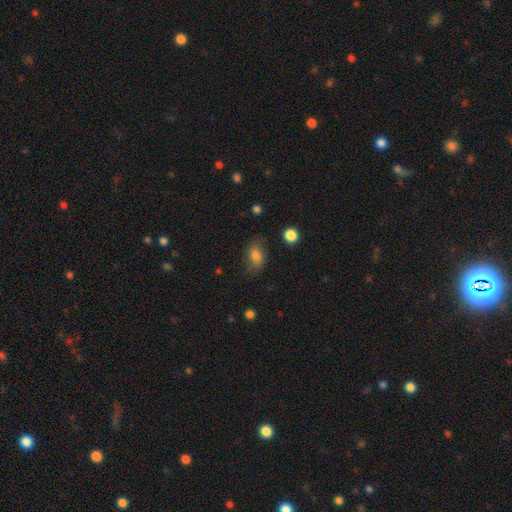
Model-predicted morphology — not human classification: smooth 75%, featured or disk 16%, star or artifact 10%. Down the decision tree: how rounded — in between (84%); merging — none (71%).